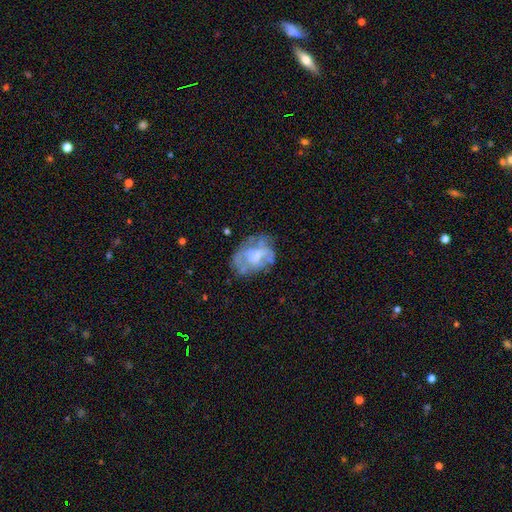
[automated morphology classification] This is likely a featured or disk galaxy (61%). It is clearly not viewed edge-on (97%). Bar: likely no (70%). Spiral arm pattern: likely no (63%). Central bulge: marginally none (33%). Merging: possibly none (49%).